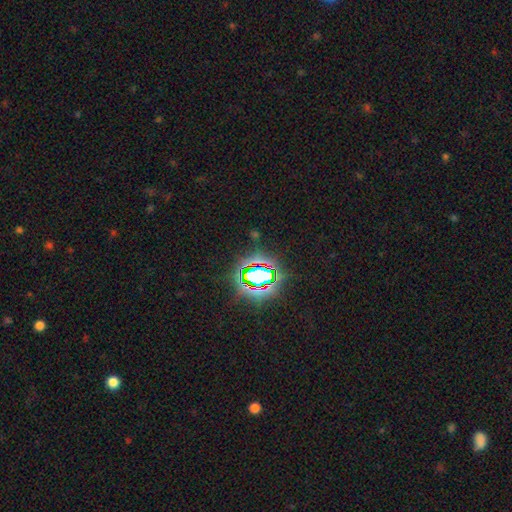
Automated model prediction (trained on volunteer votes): smooth_or_featured: star or artifact (p=0.80) [alt: smooth p=0.12]